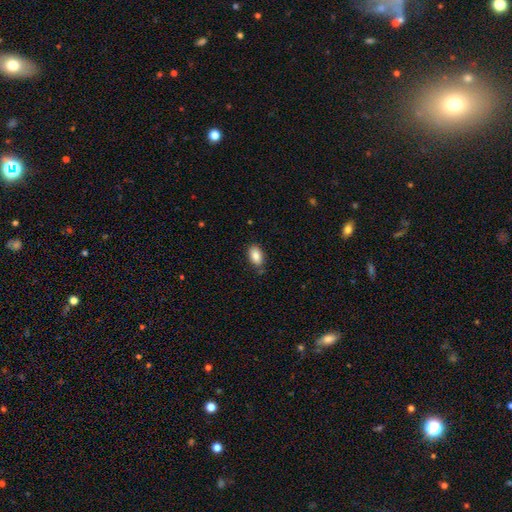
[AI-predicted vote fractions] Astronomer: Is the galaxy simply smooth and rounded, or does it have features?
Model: smooth — 87%.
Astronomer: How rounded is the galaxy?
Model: in between — 91%.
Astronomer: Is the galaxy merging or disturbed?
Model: none — 77%.